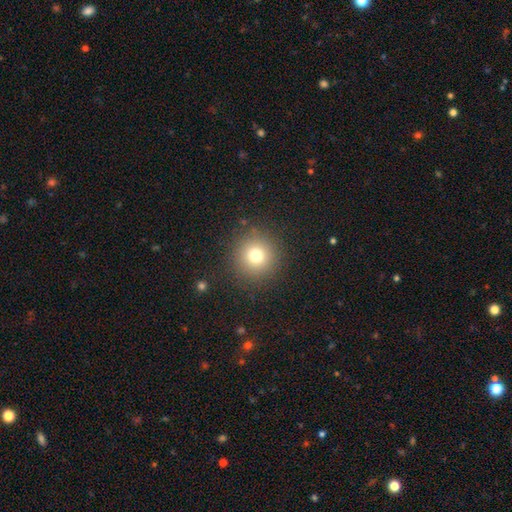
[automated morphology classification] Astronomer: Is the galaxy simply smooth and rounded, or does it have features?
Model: smooth — 75%.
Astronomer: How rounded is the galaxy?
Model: round — 94%.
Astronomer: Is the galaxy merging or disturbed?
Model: none — 89%.